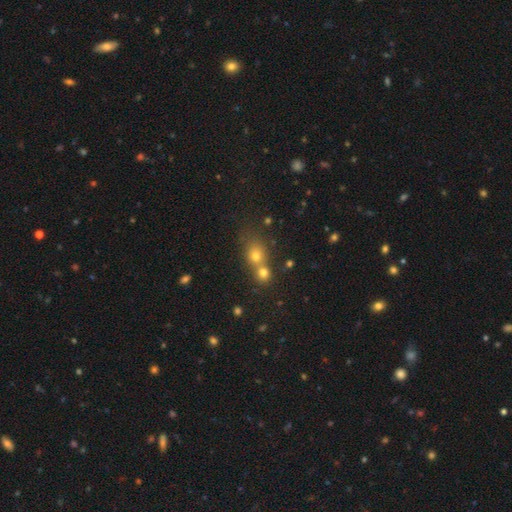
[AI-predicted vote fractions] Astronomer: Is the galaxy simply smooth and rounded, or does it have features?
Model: smooth — 72%.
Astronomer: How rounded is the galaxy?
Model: round — 68%.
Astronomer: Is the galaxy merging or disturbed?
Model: merger — 53% (runner-up: none, 37%).